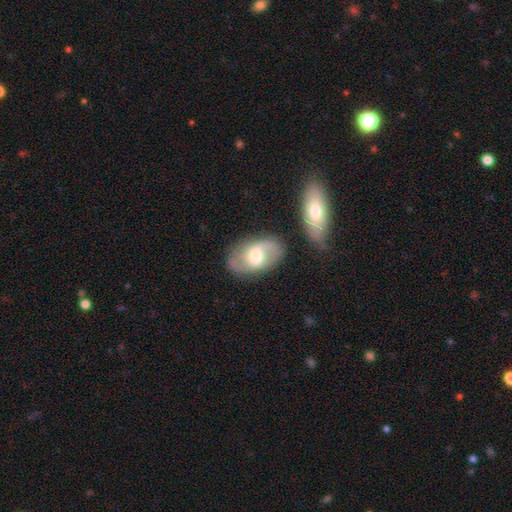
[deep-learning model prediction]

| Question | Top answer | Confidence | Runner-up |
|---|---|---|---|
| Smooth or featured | featured or disk | 65% | smooth (28%) |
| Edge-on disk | no | 95% | yes (5%) |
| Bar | weak | 47% | no (43%) |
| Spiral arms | yes | 88% | no (12%) |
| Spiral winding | medium | 45% | loose (39%) |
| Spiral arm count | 2 | 84% | can't tell (8%) |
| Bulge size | moderate | 62% | small (23%) |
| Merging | none | 73% | minor disturbance (15%) |